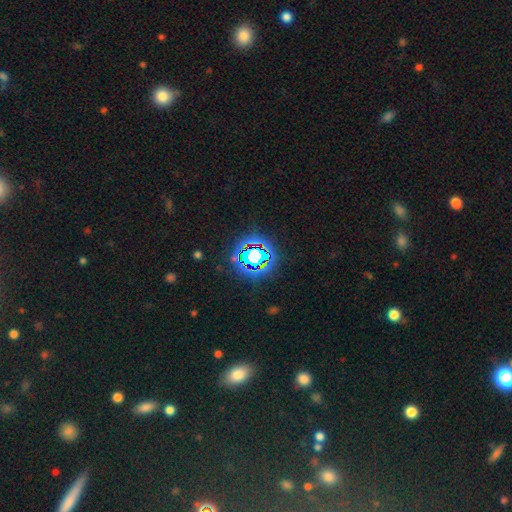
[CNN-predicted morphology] Smooth or featured? star or artifact (69%)